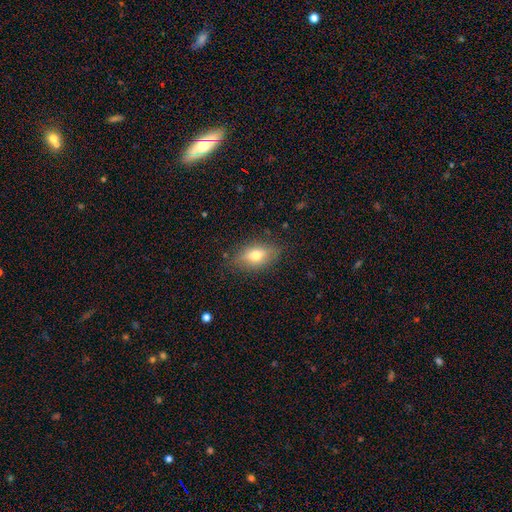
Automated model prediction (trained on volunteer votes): smooth 56%, featured or disk 34%, star or artifact 10%. Down the decision tree: how rounded — in between (78%); merging — none (82%).